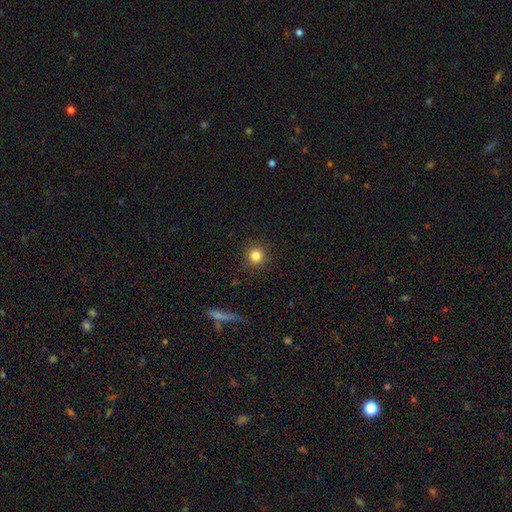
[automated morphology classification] Q: Smooth or featured?
A: smooth (82%); runner-up: star or artifact (12%)
Q: How rounded?
A: round (95%); runner-up: in between (4%)
Q: Merging?
A: none (91%); runner-up: minor disturbance (6%)